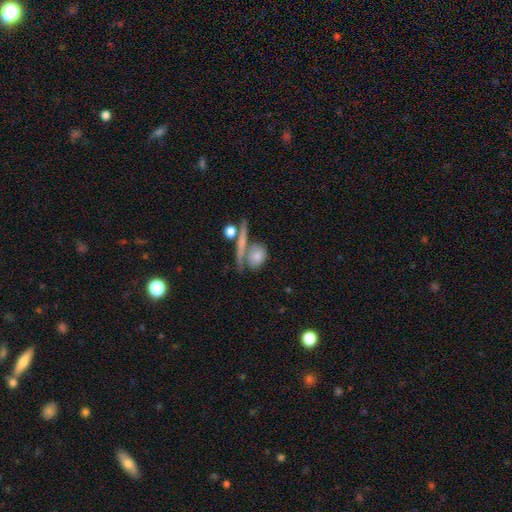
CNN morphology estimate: This is likely a smooth galaxy (68%). How rounded: possibly in between (50%). Merging: marginally none (44%).